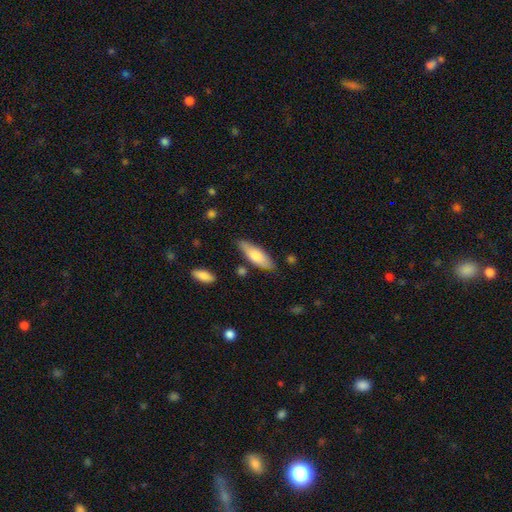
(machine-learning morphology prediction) smooth-or-featured: smooth: 73% | featured or disk: 22% | star or artifact: 5%
  how-rounded: in between: 61% | cigar-shaped: 37% | round: 2%
  merging: none: 78% | minor disturbance: 16% | merger: 4% | major disturbance: 3%